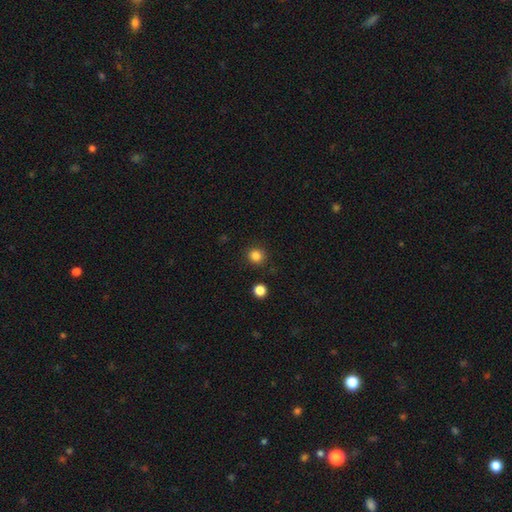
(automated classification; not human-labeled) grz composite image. It shows a smooth galaxy with no disk features (85%) that is round (91%). Merging: none (90%).